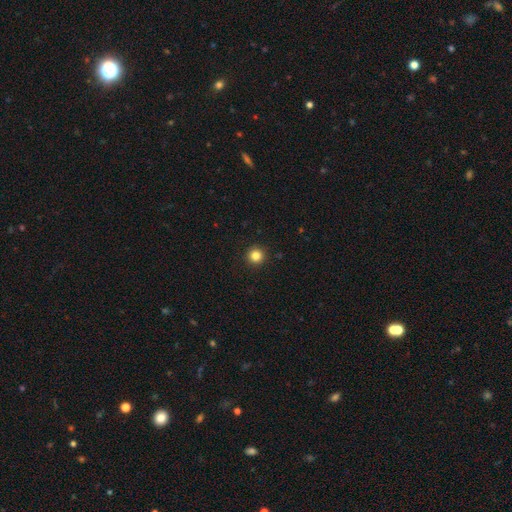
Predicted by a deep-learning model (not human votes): smooth-or-featured: smooth: 83% | star or artifact: 12% | featured or disk: 5%
  how-rounded: round: 96% | in between: 3% | cigar-shaped: 1%
  merging: none: 93% | minor disturbance: 4% | major disturbance: 2% | merger: 1%